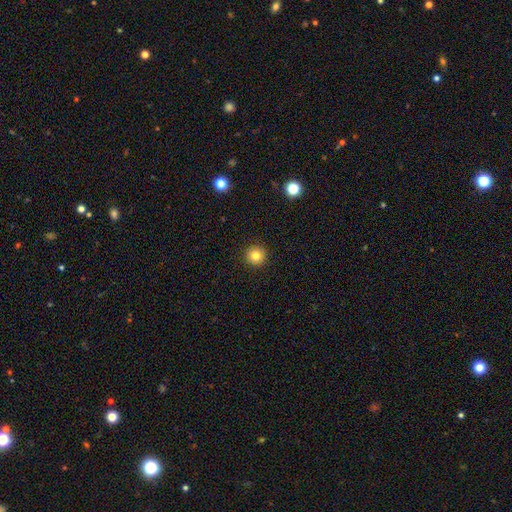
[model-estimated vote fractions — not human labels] Q: Smooth or featured?
A: smooth (81%); runner-up: star or artifact (12%)
Q: How rounded?
A: round (96%); runner-up: in between (3%)
Q: Merging?
A: none (93%); runner-up: minor disturbance (4%)